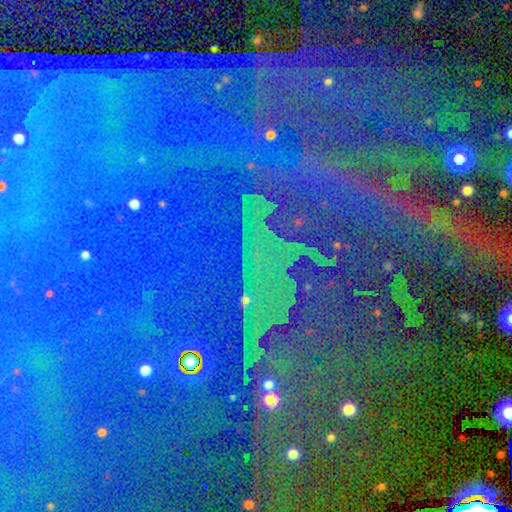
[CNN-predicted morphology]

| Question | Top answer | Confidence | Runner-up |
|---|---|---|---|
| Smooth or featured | star or artifact | 87% | featured or disk (7%) |